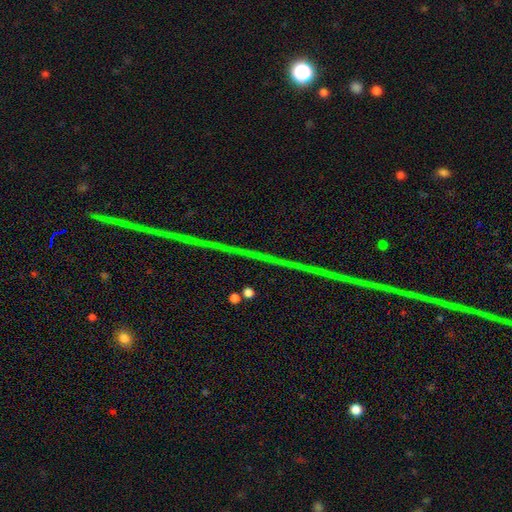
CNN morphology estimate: Smooth or featured? star or artifact (83%)